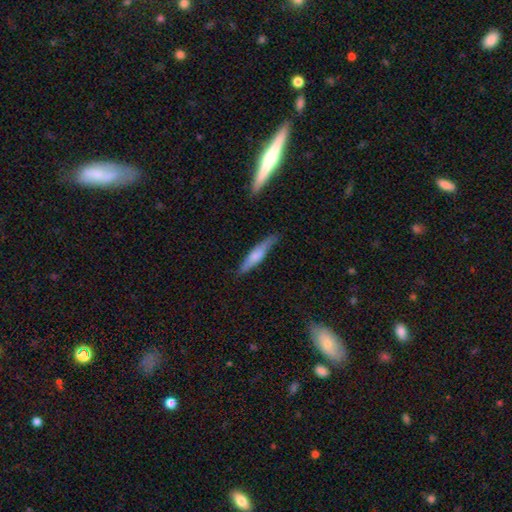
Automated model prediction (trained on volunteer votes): Smooth or featured? smooth (61%)
How rounded? cigar-shaped (82%)
Merging? none (76%)